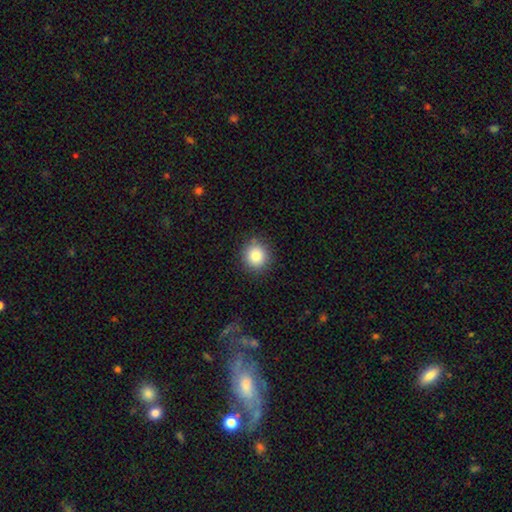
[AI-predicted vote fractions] Smooth or featured: smooth — 84% (star or artifact — 10%)
How rounded: round — 90% (in between — 9%)
Merging: none — 87% (minor disturbance — 9%)